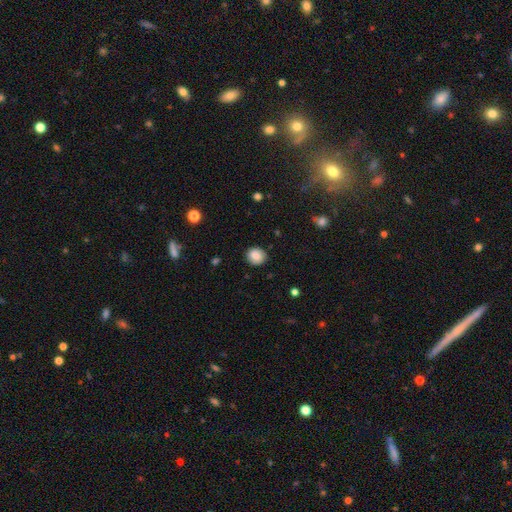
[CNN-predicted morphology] Smooth or featured? smooth (86%)
How rounded? round (81%)
Merging? none (86%)